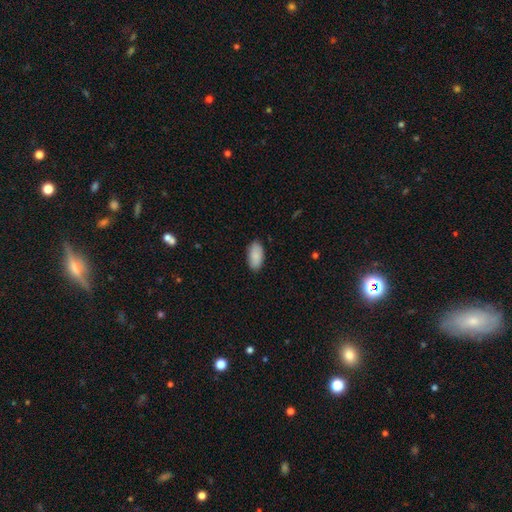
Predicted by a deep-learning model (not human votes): Smooth or featured: smooth — 89% (star or artifact — 6%)
How rounded: in between — 95% (cigar-shaped — 3%)
Merging: none — 87% (minor disturbance — 10%)